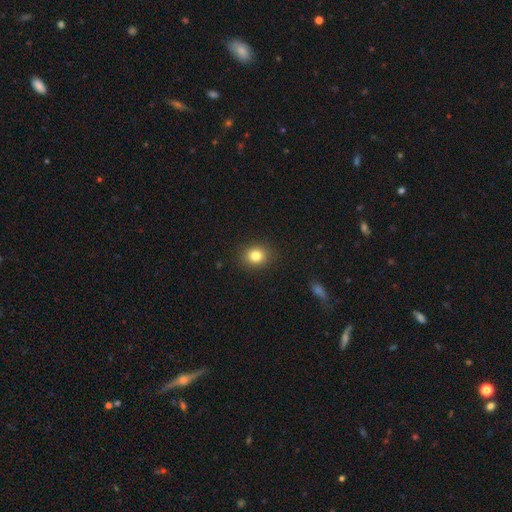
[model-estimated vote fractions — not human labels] A smooth galaxy with no disk features (82%) that is round (71%). Merging: none (90%).